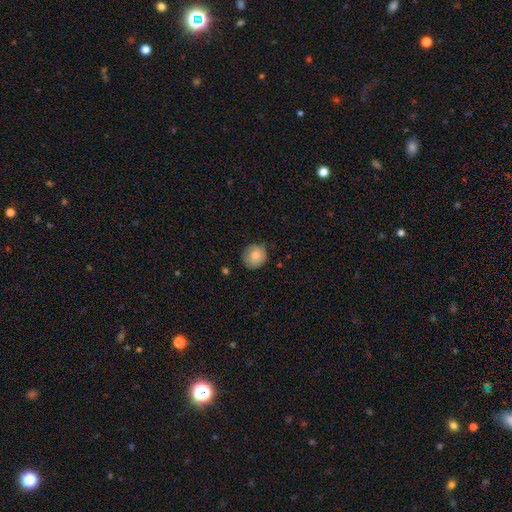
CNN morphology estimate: Smooth or featured? smooth (75%)
How rounded? round (85%)
Merging? none (72%)